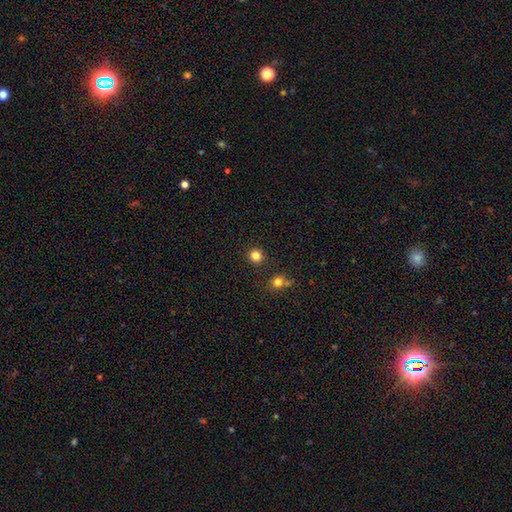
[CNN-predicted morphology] Overall: smooth (83%). How rounded: round (91%). Merging: none (88%).